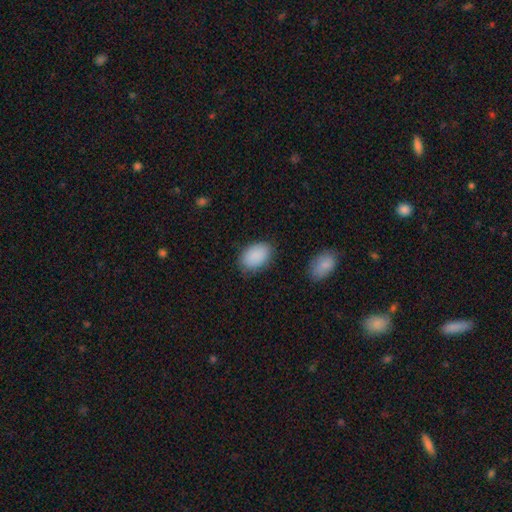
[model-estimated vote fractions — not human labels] Smooth or featured?
  - smooth: 89% *
  - star or artifact: 7%
  - featured or disk: 4%
How rounded?
  - in between: 89% *
  - round: 10%
  - cigar-shaped: 1%
Merging?
  - none: 82% *
  - minor disturbance: 13%
  - major disturbance: 3%
  - merger: 1%